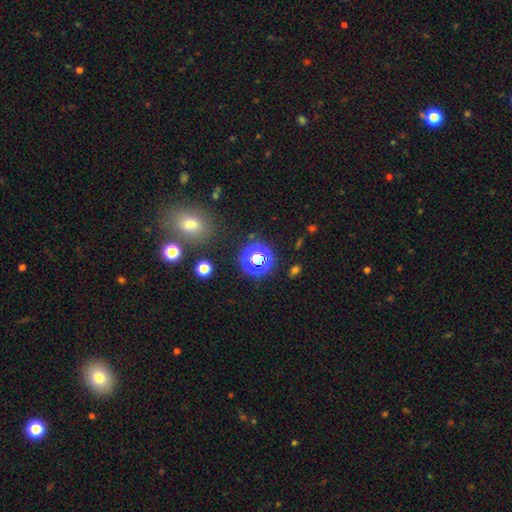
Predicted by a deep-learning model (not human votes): A star or artifact, not a galaxy (55%).